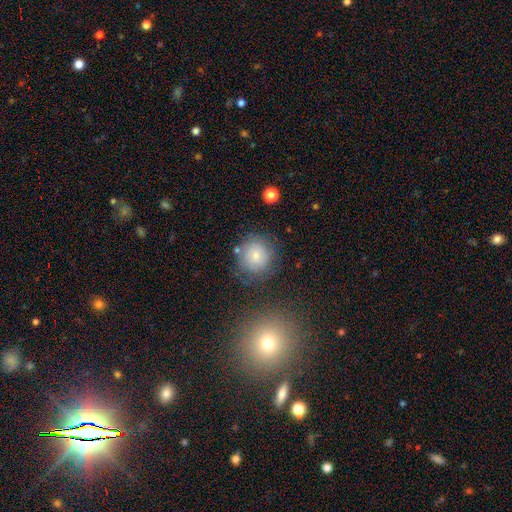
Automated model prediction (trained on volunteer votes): Smooth or featured: smooth — 79% (star or artifact — 10%)
How rounded: round — 91% (in between — 8%)
Merging: none — 76% (minor disturbance — 13%)